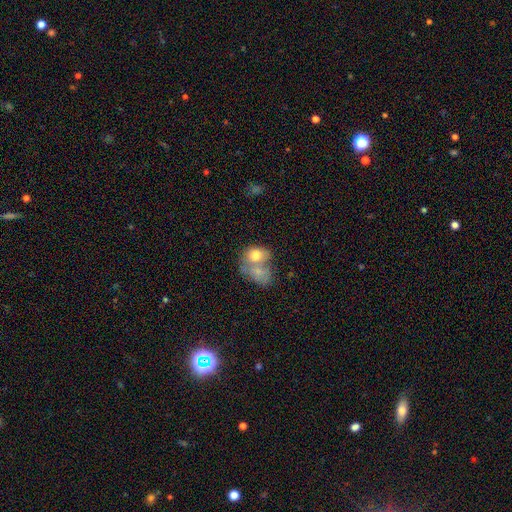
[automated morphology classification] A smooth galaxy with no disk features (73%) that is in between round and cigar-shaped (60%).

Vote fractions:
- Smooth or featured? smooth: 73% / featured or disk: 20% / star or artifact: 7%
- How rounded? in between: 60% / round: 38% / cigar-shaped: 1%
- Merging? merger: 68% / none: 18% / minor disturbance: 8% / major disturbance: 6%